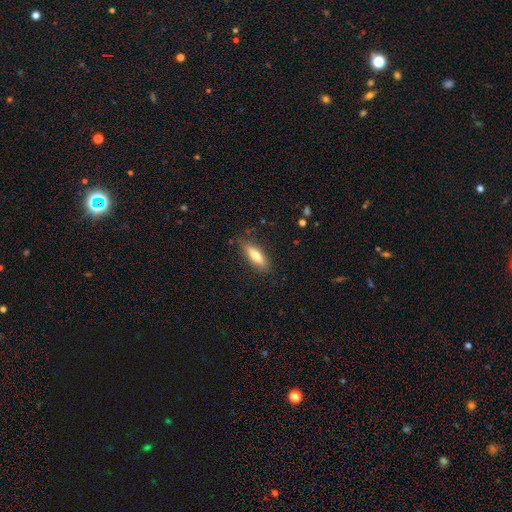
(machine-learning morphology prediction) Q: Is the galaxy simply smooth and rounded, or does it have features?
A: smooth — 70%.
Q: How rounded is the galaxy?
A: cigar-shaped — 53%.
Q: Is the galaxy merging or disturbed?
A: none — 83%.